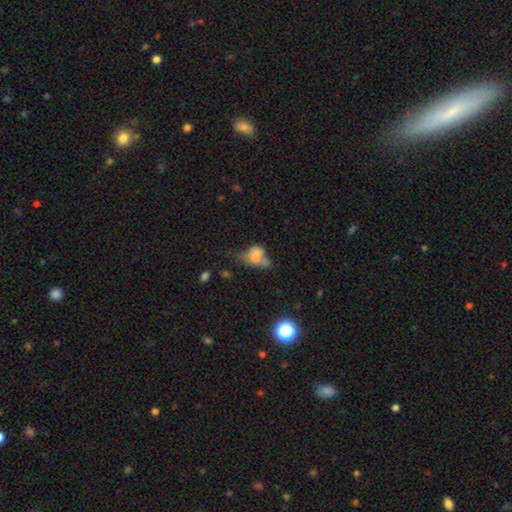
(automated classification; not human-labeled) smooth 65%, featured or disk 21%, star or artifact 14%. Down the decision tree: how rounded — in between (67%); merging — merger (40%).